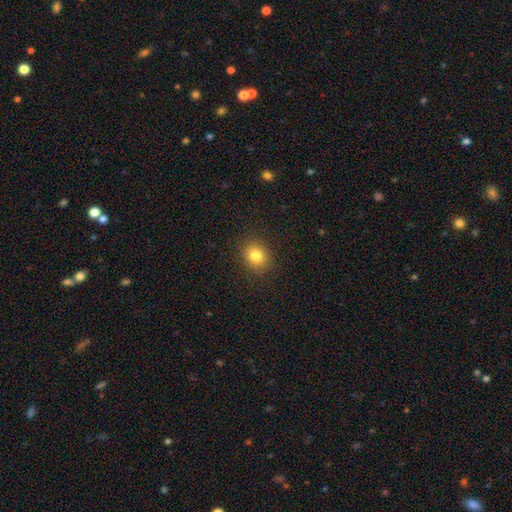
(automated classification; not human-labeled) smooth 82%, star or artifact 11%, featured or disk 7%. Down the decision tree: how rounded — round (69%); merging — none (89%).